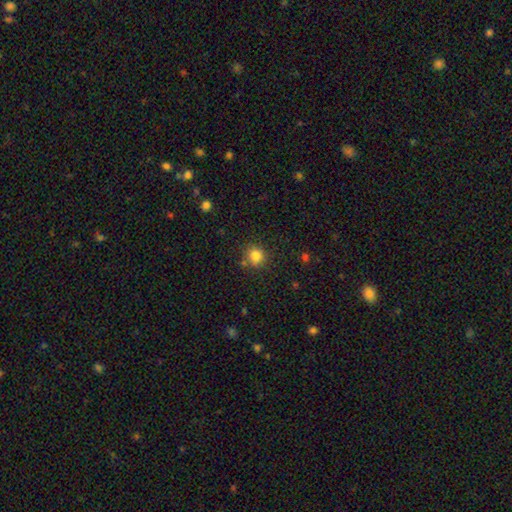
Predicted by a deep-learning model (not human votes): smooth 83%, star or artifact 12%, featured or disk 5%. Down the decision tree: how rounded — round (89%); merging — none (80%).